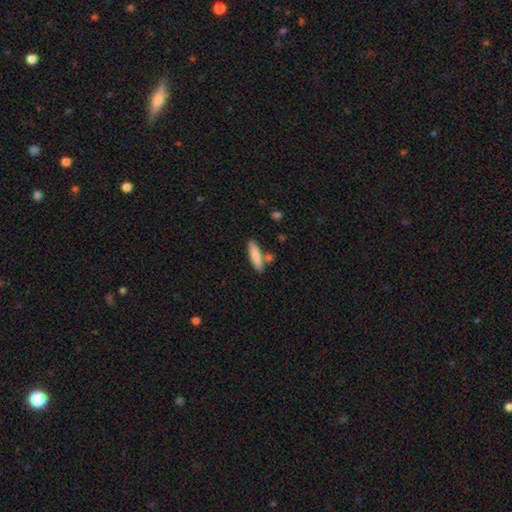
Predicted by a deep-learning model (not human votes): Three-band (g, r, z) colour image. It shows a smooth galaxy with no disk features (84%) that is cigar-shaped (72%). Merging: none (74%).